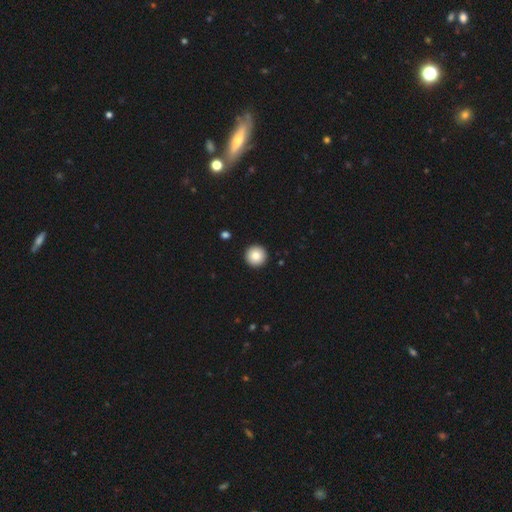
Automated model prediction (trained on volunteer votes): The model was most divided on "smooth or featured": smooth: 85%, star or artifact: 8%, featured or disk: 7%. More confident: how rounded — round (97%); merging — none (94%).